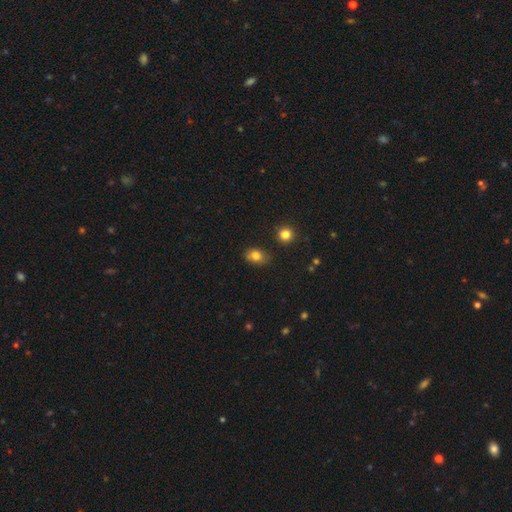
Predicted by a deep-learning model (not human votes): A smooth galaxy with no disk features (81%) that is in between round and cigar-shaped (73%). Merging: none (79%).